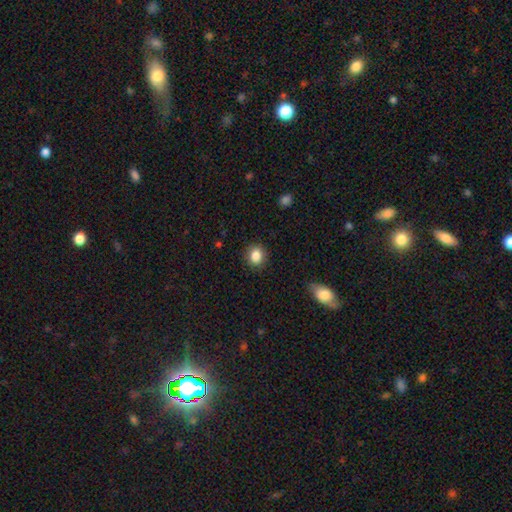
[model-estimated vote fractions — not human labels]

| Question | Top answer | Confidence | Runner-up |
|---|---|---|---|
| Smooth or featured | smooth | 86% | star or artifact (9%) |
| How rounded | round | 71% | in between (28%) |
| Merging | none | 88% | minor disturbance (8%) |